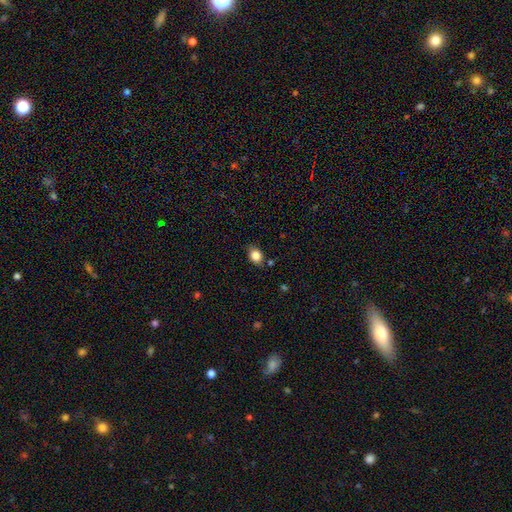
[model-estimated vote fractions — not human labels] Morphology: type=smooth (83%); roundness=in between (64%); merging=none (78%).